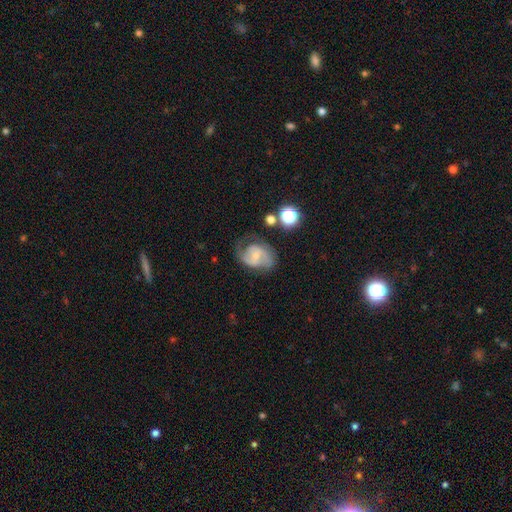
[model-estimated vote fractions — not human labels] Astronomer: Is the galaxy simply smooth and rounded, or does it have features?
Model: featured or disk — 71%.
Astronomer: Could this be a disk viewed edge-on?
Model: no — 97%.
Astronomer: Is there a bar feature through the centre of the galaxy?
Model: no — 47% (runner-up: weak, 43%).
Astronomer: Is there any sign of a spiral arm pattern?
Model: yes — 88%.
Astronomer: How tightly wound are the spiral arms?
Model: medium — 49% (runner-up: tight, 26%).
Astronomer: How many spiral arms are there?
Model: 2 — 71%.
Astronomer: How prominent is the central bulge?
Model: small — 59%.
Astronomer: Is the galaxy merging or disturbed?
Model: none — 53%.